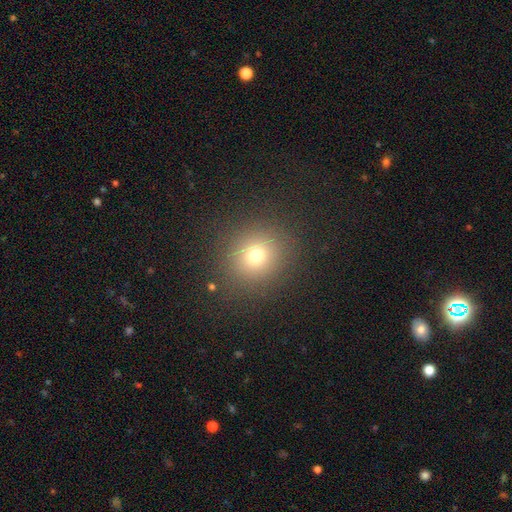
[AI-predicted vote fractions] The model was most divided on "smooth or featured": smooth: 72%, star or artifact: 18%, featured or disk: 10%. More confident: merging — none (87%); how rounded — round (85%).